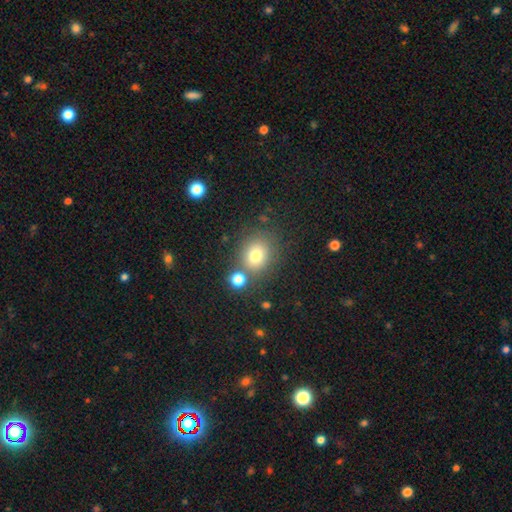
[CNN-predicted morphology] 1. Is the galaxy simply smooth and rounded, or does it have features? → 74% smooth, 14% star or artifact, 12% featured or disk.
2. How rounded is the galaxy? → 73% round, 26% in between, 1% cigar-shaped.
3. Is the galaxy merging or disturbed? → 70% none, 14% merger, 11% minor disturbance, 5% major disturbance.